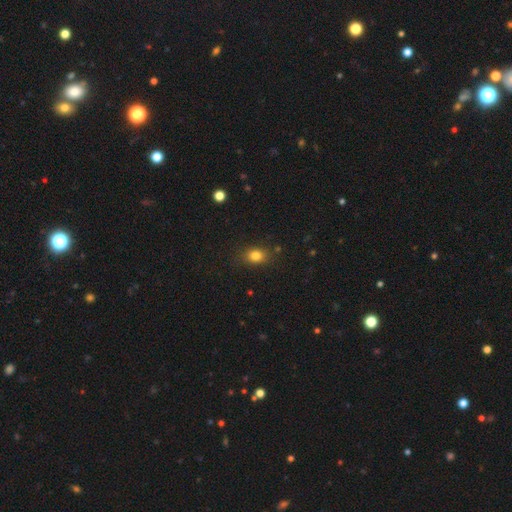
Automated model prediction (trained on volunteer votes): Smooth or featured? Predicted: smooth (p=0.81). How rounded? Predicted: in between (p=0.59). Merging? Predicted: none (p=0.82).